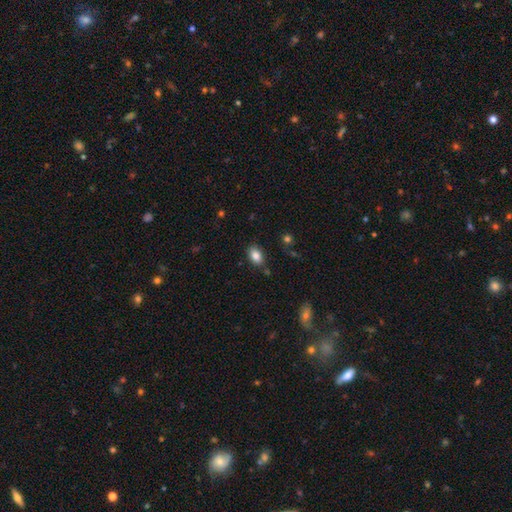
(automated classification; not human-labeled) A smooth galaxy with no disk features (85%) that is in between round and cigar-shaped (86%). Merging: none (82%).